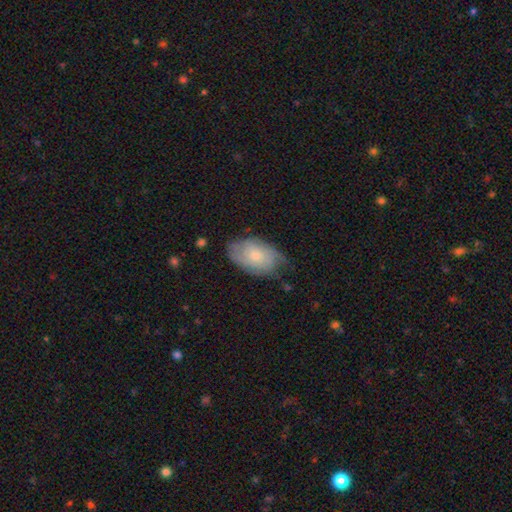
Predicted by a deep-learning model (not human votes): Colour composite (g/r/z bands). It shows a smooth galaxy with no disk features (48%). Merging: none (63%).